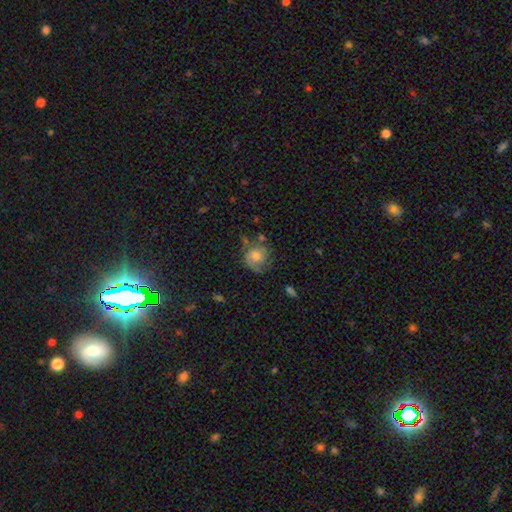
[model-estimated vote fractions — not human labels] This is possibly a smooth galaxy (53%). How rounded: likely round (79%). Merging: possibly none (56%).